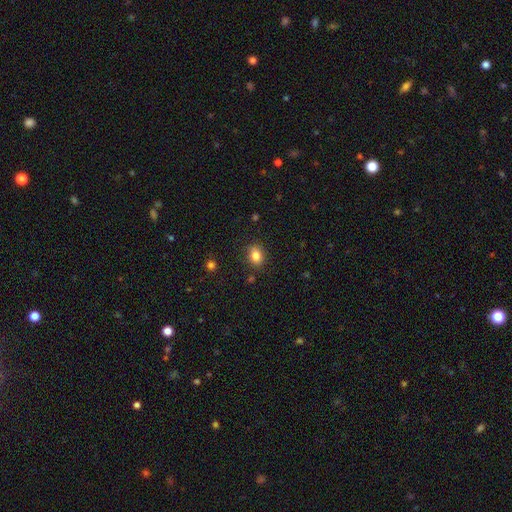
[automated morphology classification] smooth_or_featured: smooth (p=0.83) [alt: star or artifact p=0.10]
how_rounded: in between (p=0.61) [alt: round p=0.38]
merging: none (p=0.85) [alt: minor disturbance p=0.10]